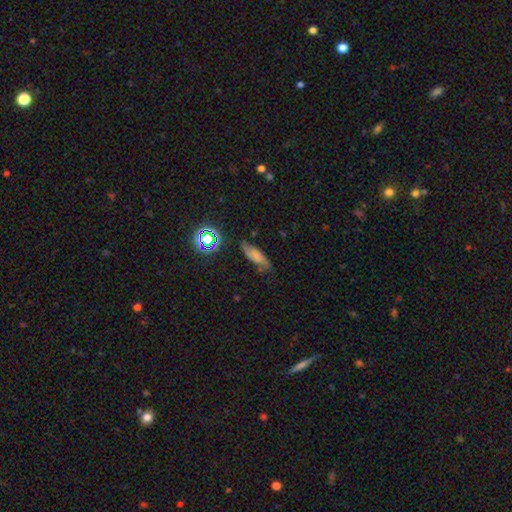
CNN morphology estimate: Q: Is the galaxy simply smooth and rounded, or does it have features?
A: smooth — 57%.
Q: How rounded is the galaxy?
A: in between — 57%.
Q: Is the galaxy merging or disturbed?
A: none — 64%.